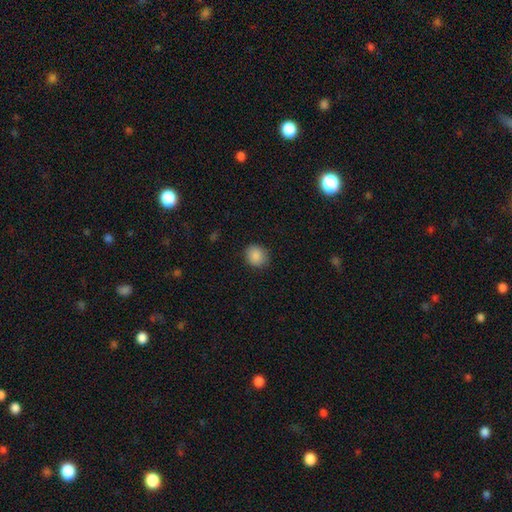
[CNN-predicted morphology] This is clearly a smooth galaxy (88%). How rounded: likely round (79%). Merging: clearly none (88%).